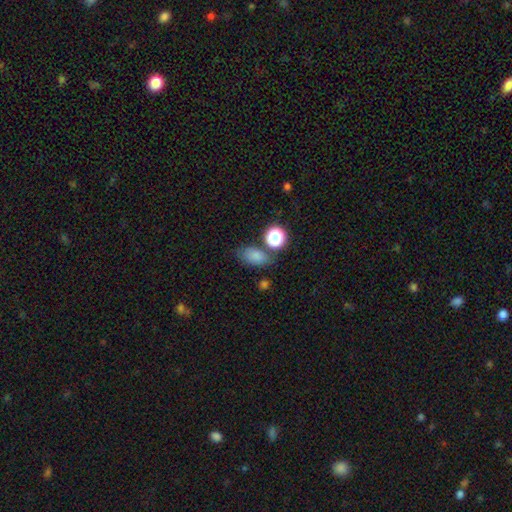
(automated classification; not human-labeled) Overall: smooth (78%). How rounded: in between (82%). Merging: none (65%).